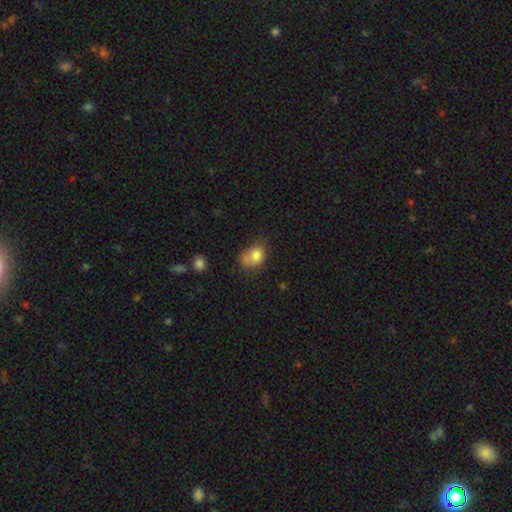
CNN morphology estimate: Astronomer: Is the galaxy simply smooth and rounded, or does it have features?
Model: smooth — 77%.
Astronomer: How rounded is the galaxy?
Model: in between — 59% (runner-up: round, 40%).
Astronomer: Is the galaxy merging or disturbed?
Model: none — 32% (runner-up: minor disturbance, 27%).